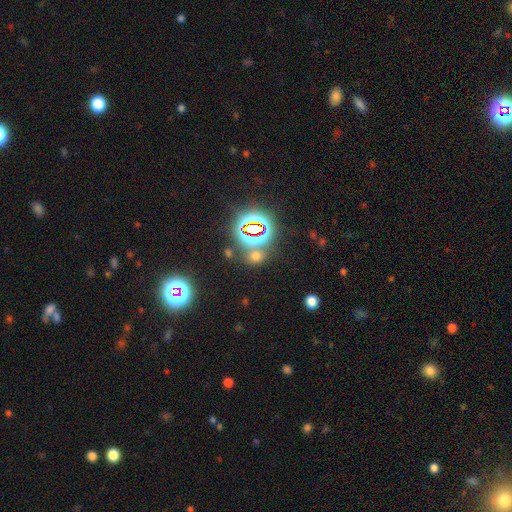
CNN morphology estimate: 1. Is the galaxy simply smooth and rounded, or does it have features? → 50% star or artifact, 43% smooth, 7% featured or disk.